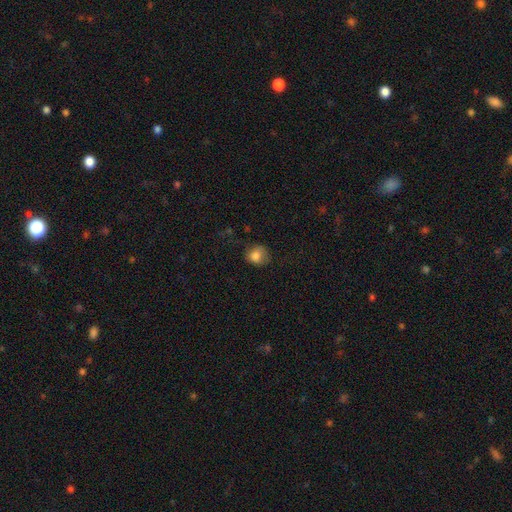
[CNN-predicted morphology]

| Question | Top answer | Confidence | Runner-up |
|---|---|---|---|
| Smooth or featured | smooth | 82% | star or artifact (9%) |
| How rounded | round | 70% | in between (29%) |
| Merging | none | 58% | minor disturbance (29%) |